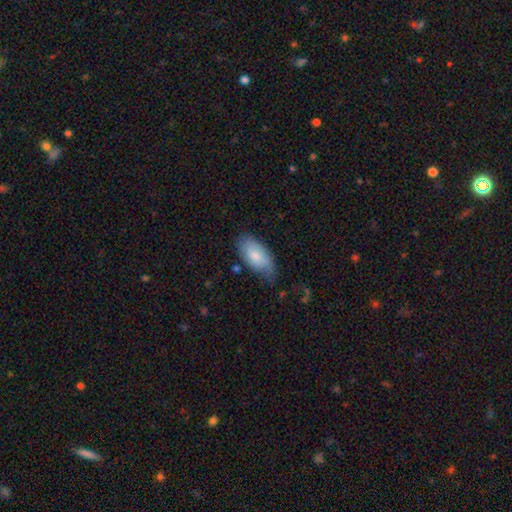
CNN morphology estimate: type=smooth (76%); roundness=in between (93%); merging=none (56%).